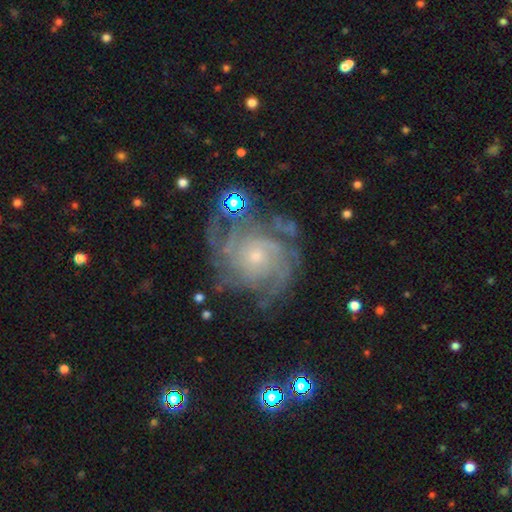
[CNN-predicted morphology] Smooth or featured: featured or disk — 84% (star or artifact — 8%)
Edge-on disk: no — 98% (yes — 2%)
Bar: no — 79% (weak — 18%)
Spiral arms: yes — 95% (no — 5%)
Spiral winding: tight — 61% (medium — 31%)
Spiral arm count: can't tell — 32% (4 — 19%)
Bulge size: small — 70% (moderate — 24%)
Merging: none — 66% (minor disturbance — 18%)